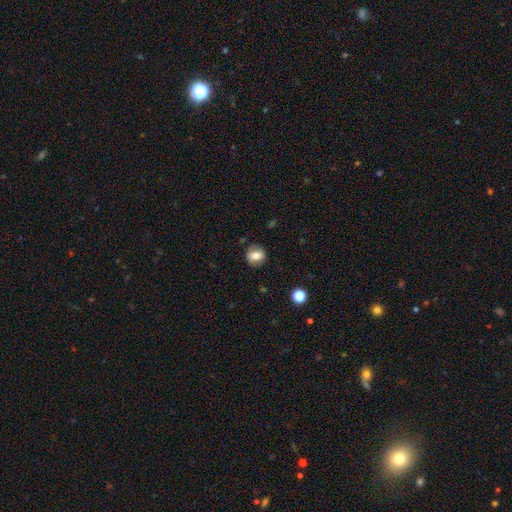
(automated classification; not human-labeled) The model was most divided on "smooth or featured": smooth: 70%, featured or disk: 20%, star or artifact: 9%. More confident: merging — none (85%); how rounded — round (76%).